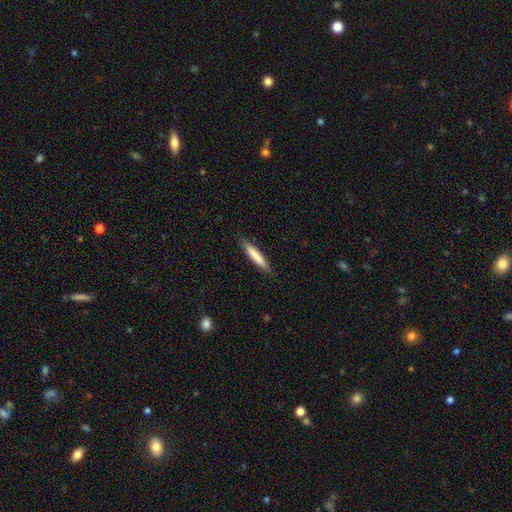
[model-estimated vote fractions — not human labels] Smooth or featured?
  - smooth: 78% *
  - featured or disk: 17%
  - star or artifact: 5%
How rounded?
  - cigar-shaped: 92% *
  - in between: 7%
  - round: 1%
Merging?
  - none: 87% *
  - minor disturbance: 10%
  - major disturbance: 2%
  - merger: 1%